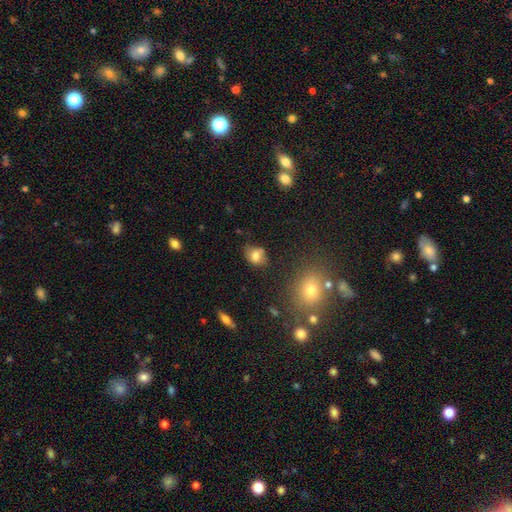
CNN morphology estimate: Smooth or featured?
  - smooth: 74% *
  - featured or disk: 15%
  - star or artifact: 11%
How rounded?
  - in between: 50% *
  - round: 49%
  - cigar-shaped: 1%
Merging?
  - none: 63% *
  - minor disturbance: 22%
  - merger: 9%
  - major disturbance: 6%